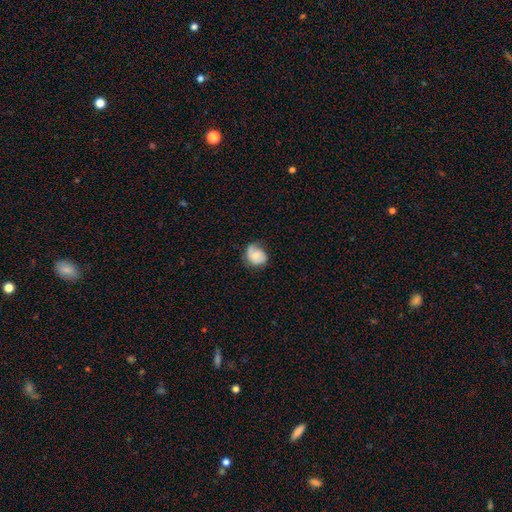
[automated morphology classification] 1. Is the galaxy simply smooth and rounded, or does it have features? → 60% smooth, 32% featured or disk, 7% star or artifact.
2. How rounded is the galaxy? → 61% round, 39% in between, 1% cigar-shaped.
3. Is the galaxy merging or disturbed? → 51% none, 35% minor disturbance, 12% major disturbance, 2% merger.